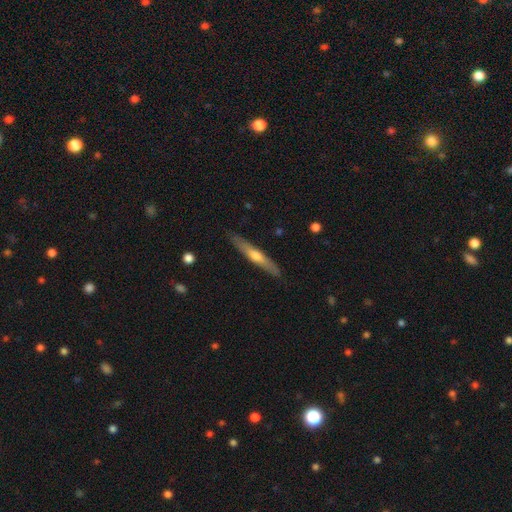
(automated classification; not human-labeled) Smooth or featured: featured or disk — 54% (smooth — 41%)
Edge-on disk: yes — 93% (no — 7%)
Merging: none — 88% (minor disturbance — 9%)